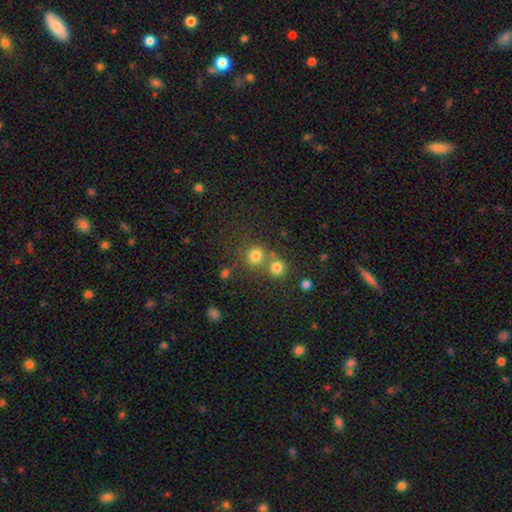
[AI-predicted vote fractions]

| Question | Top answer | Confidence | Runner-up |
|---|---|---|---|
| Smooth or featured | smooth | 77% | star or artifact (16%) |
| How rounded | round | 89% | in between (10%) |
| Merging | none | 61% | merger (28%) |